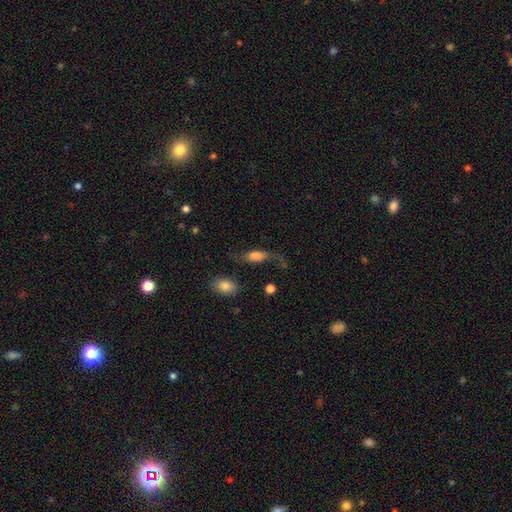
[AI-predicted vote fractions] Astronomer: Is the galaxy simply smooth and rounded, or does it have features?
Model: smooth — 52% (runner-up: featured or disk, 37%).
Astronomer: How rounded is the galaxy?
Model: in between — 69%.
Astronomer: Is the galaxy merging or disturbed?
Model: none — 43% (runner-up: major disturbance, 29%).